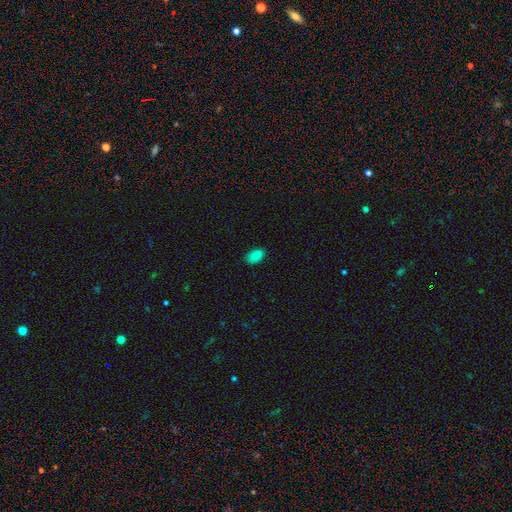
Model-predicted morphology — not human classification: Smooth or featured: smooth — 86% (star or artifact — 10%)
How rounded: in between — 93% (round — 5%)
Merging: none — 86% (minor disturbance — 11%)